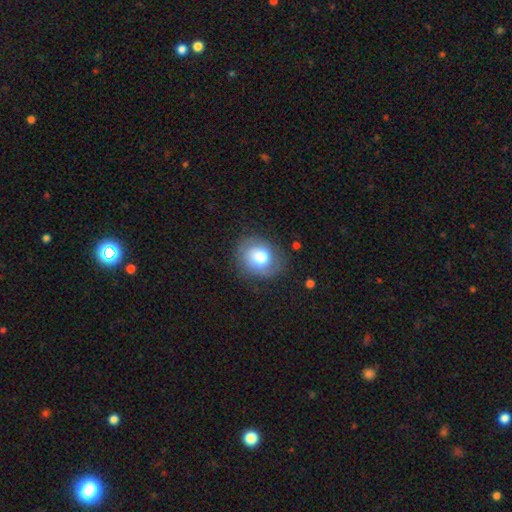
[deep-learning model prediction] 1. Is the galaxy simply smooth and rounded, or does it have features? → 66% smooth, 24% featured or disk, 10% star or artifact.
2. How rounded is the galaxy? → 65% round, 34% in between, 1% cigar-shaped.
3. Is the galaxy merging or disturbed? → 77% none, 16% minor disturbance, 5% major disturbance, 1% merger.